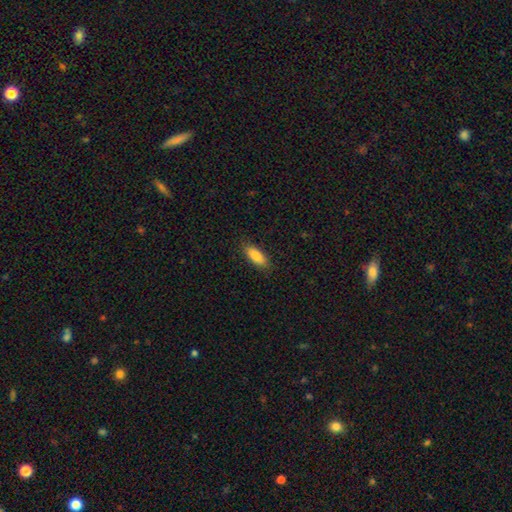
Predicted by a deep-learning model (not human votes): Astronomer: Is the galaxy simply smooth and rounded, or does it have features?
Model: smooth — 87%.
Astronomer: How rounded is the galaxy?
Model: in between — 76%.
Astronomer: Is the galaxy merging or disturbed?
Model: none — 86%.